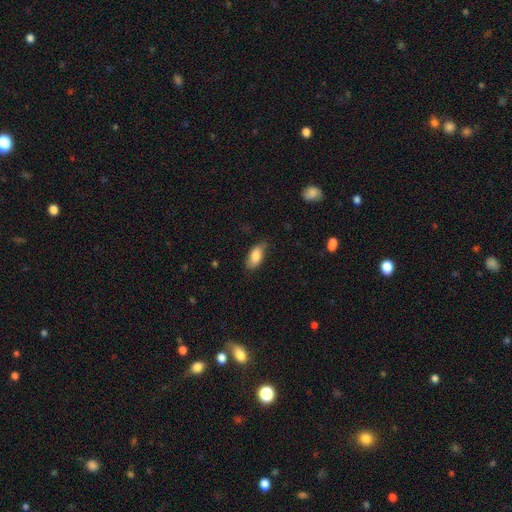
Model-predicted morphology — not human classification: The model was most divided on "merging": none: 71%, minor disturbance: 23%, major disturbance: 5%, merger: 1%. More confident: how rounded — in between (89%); smooth or featured — smooth (81%).